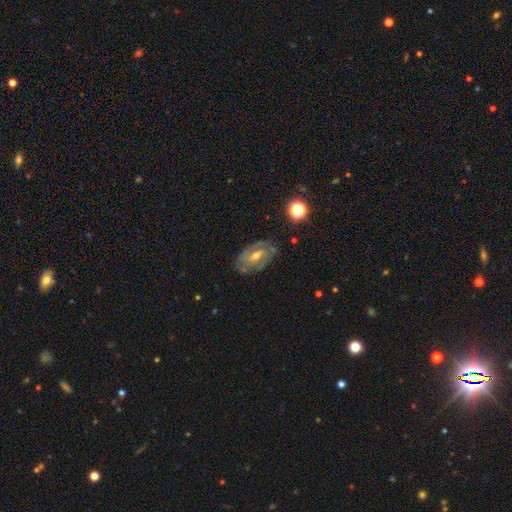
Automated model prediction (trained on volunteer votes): Smooth or featured?
  - featured or disk: 74% *
  - smooth: 18%
  - star or artifact: 8%
Edge-on disk?
  - no: 94% *
  - yes: 6%
Bar?
  - weak: 51% *
  - no: 26%
  - strong: 24%
Spiral arms?
  - yes: 84% *
  - no: 16%
Spiral winding?
  - tight: 47% *
  - medium: 39%
  - loose: 13%
Spiral arm count?
  - 2: 56% *
  - can't tell: 26%
  - 3: 7%
  - 1: 6%
  - 4: 2%
  - more than 4: 2%
Bulge size?
  - moderate: 57% *
  - small: 37%
  - large: 3%
  - none: 2%
  - dominant: 1%
Merging?
  - none: 71% *
  - minor disturbance: 20%
  - major disturbance: 7%
  - merger: 2%